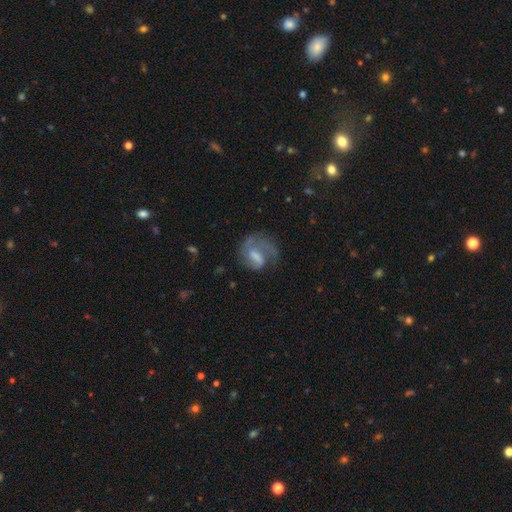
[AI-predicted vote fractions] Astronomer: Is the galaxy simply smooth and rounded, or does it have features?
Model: featured or disk — 68%.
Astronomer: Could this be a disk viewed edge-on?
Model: no — 97%.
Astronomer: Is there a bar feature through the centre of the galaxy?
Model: weak — 49% (runner-up: strong, 27%).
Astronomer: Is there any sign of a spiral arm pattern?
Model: yes — 87%.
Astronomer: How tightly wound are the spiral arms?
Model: medium — 44% (runner-up: loose, 29%).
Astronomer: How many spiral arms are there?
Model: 1 — 51% (runner-up: 2, 35%).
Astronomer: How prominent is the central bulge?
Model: none — 31%, tied with moderate at 31%.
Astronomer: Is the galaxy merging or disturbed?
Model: none — 46% (runner-up: major disturbance, 31%).